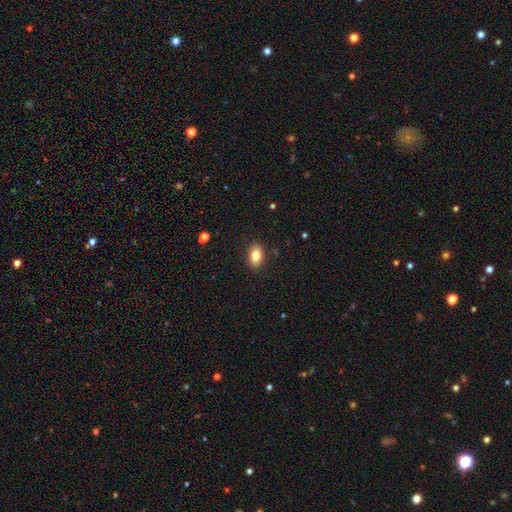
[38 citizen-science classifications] A smooth galaxy with no disk features (92%) that is in between round and cigar-shaped (74%).

Vote fractions:
- Smooth or featured? smooth: 92% / star or artifact: 8% / featured or disk: 0%
- How rounded? in between: 74% / round: 20% / cigar-shaped: 6%
- Merging? none: 77% / minor disturbance: 14% / major disturbance: 6% / merger: 3%